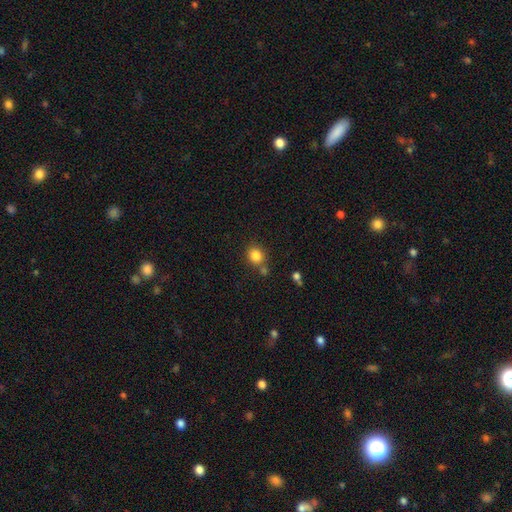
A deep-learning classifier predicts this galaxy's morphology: Smooth or featured: smooth — 83% (star or artifact — 11%)
How rounded: round — 76% (in between — 23%)
Merging: none — 70% (merger — 15%)